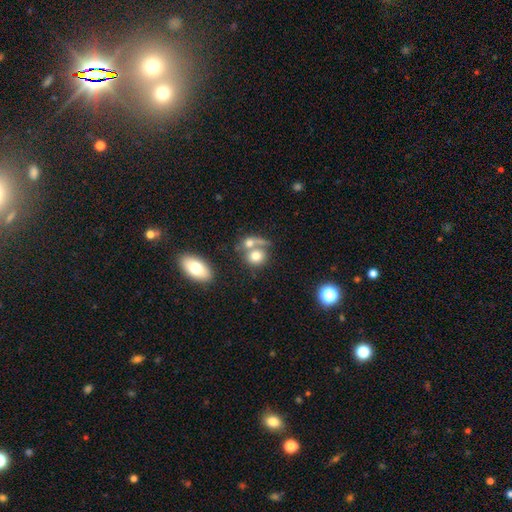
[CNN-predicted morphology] Smooth or featured: smooth — 72% (featured or disk — 18%)
How rounded: round — 67% (in between — 31%)
Merging: merger — 51% (none — 34%)